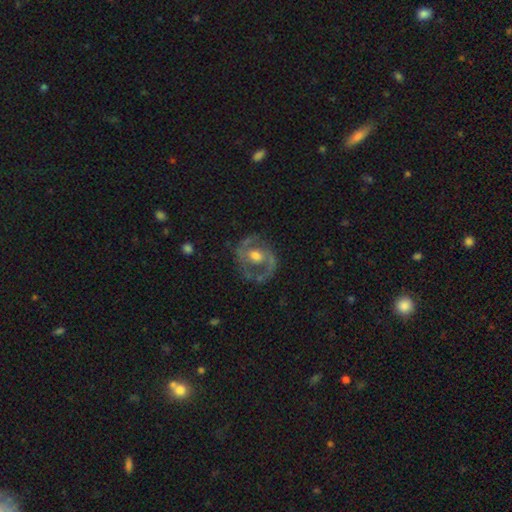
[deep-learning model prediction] Q: Smooth or featured?
A: featured or disk (76%); runner-up: smooth (18%)
Q: Edge-on disk?
A: no (97%); runner-up: yes (3%)
Q: Bar?
A: no (60%); runner-up: weak (31%)
Q: Spiral arms?
A: yes (73%); runner-up: no (27%)
Q: Spiral winding?
A: medium (47%); runner-up: tight (31%)
Q: Spiral arm count?
A: 2 (71%); runner-up: 1 (13%)
Q: Bulge size?
A: moderate (69%); runner-up: large (17%)
Q: Merging?
A: none (69%); runner-up: minor disturbance (17%)